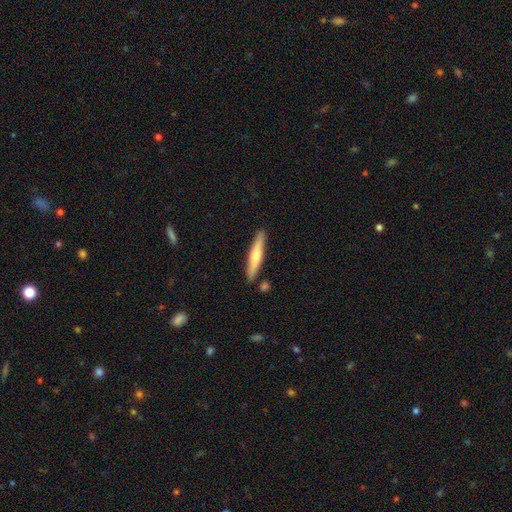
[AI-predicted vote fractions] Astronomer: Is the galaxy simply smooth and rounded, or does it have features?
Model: smooth — 49% (runner-up: featured or disk, 45%).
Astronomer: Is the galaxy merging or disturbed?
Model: none — 85%.